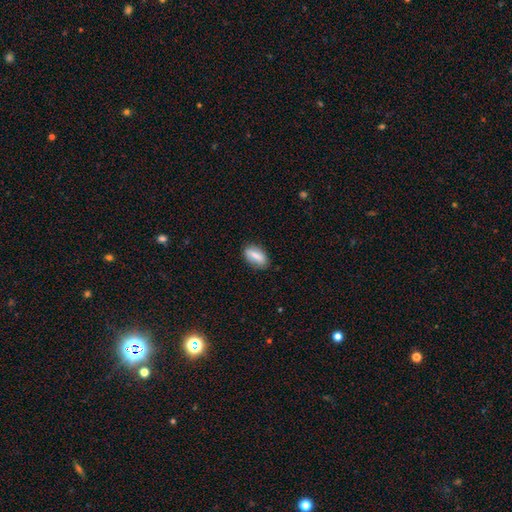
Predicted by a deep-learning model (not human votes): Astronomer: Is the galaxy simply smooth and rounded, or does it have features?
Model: smooth — 77%.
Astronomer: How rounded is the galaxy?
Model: in between — 84%.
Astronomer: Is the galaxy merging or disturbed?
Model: none — 81%.